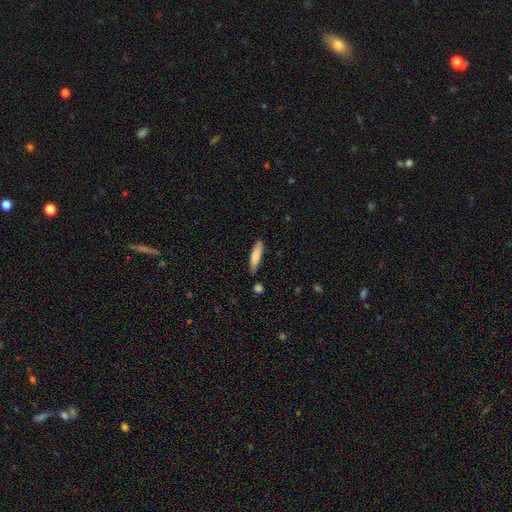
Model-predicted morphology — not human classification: type=smooth (79%); roundness=cigar-shaped (80%); merging=none (78%).